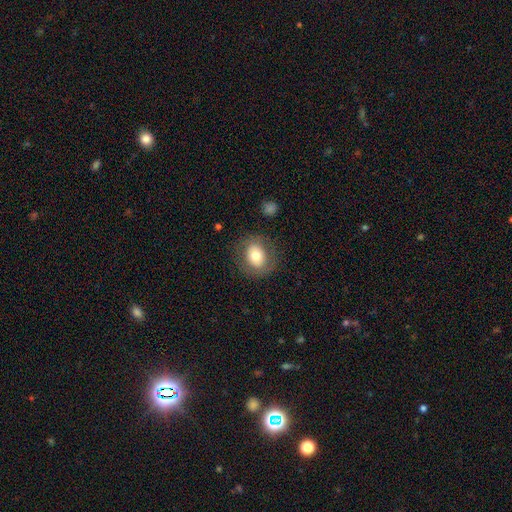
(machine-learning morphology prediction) type=smooth (70%); roundness=round (64%); merging=none (81%).